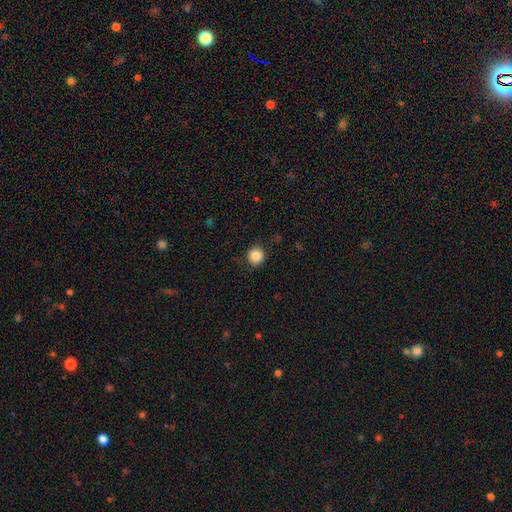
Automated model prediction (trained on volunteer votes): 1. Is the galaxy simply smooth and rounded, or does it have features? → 86% smooth, 10% star or artifact, 4% featured or disk.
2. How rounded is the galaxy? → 91% round, 8% in between, 1% cigar-shaped.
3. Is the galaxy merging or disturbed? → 85% none, 10% minor disturbance, 3% major disturbance, 1% merger.